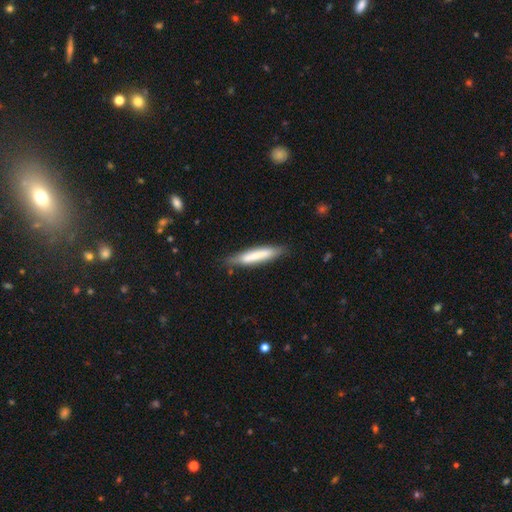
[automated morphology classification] Smooth or featured?
  - smooth: 69% *
  - featured or disk: 25%
  - star or artifact: 6%
How rounded?
  - cigar-shaped: 89% *
  - in between: 10%
  - round: 1%
Merging?
  - none: 81% *
  - minor disturbance: 15%
  - major disturbance: 3%
  - merger: 2%